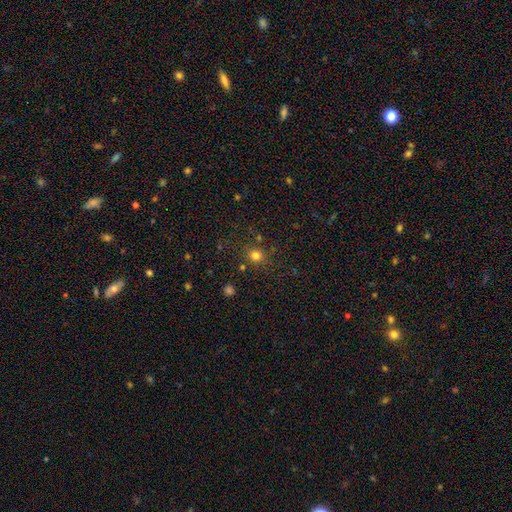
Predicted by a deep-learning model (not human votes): Overall: smooth (78%). How rounded: round (86%). Merging: none (81%).